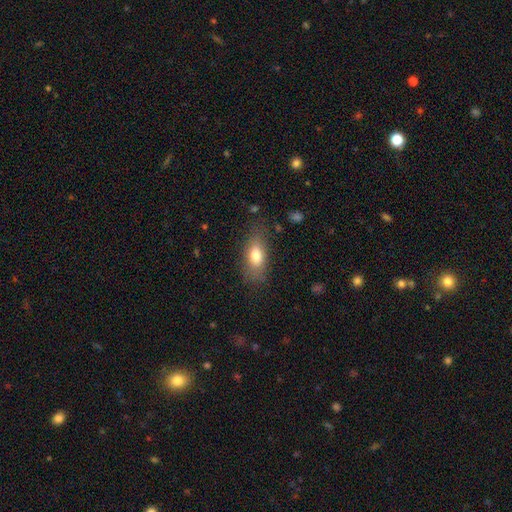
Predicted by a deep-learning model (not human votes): The model was most divided on "merging": none: 74%, minor disturbance: 18%, major disturbance: 6%, merger: 2%. More confident: how rounded — in between (82%); smooth or featured — smooth (77%).